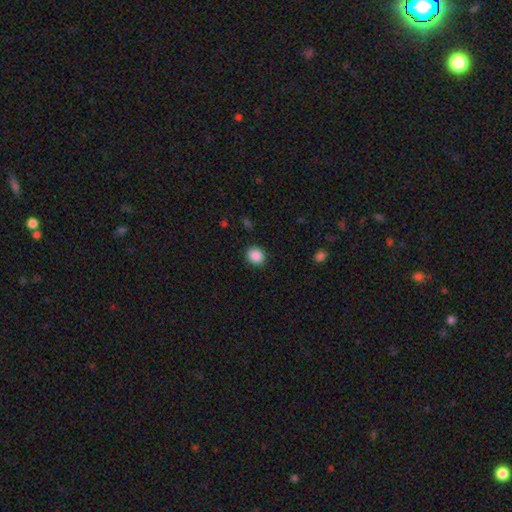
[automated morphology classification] This appears to be a smooth galaxy with no disk features (88%) that is round (84%). Merging: none (90%).